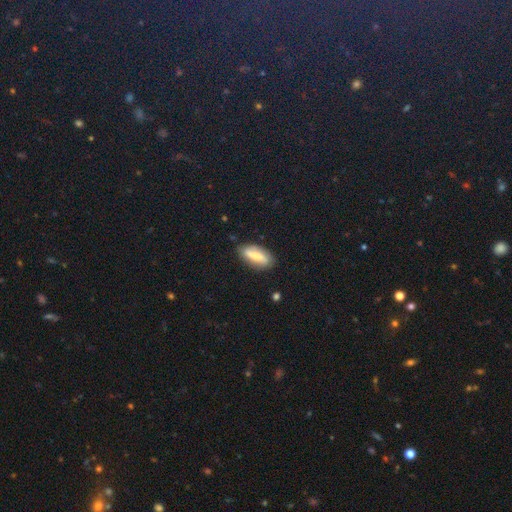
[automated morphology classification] This is possibly a smooth galaxy (54%). How rounded: likely in between (77%). Merging: likely none (80%).